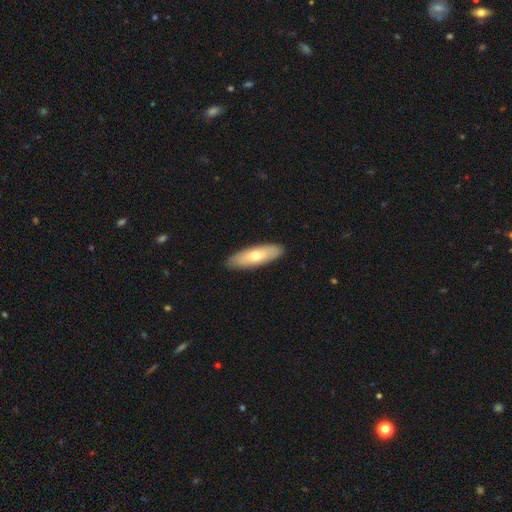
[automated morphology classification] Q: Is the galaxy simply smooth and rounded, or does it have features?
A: smooth — 61%.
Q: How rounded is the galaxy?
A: in between — 57%.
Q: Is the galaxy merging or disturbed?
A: none — 89%.